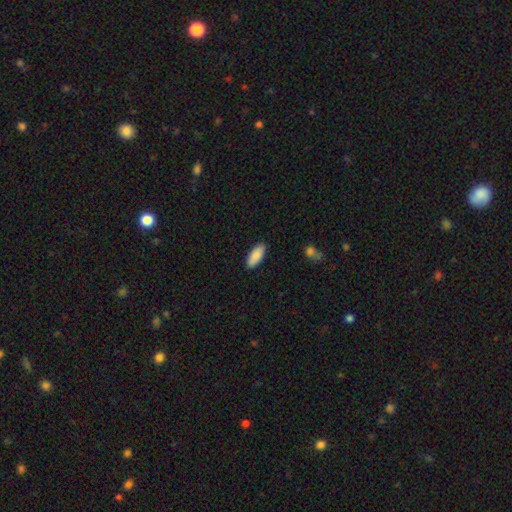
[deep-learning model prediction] smooth_or_featured: smooth (p=0.88) [alt: featured or disk p=0.06]
how_rounded: in between (p=0.80) [alt: cigar-shaped p=0.18]
merging: none (p=0.89) [alt: minor disturbance p=0.08]